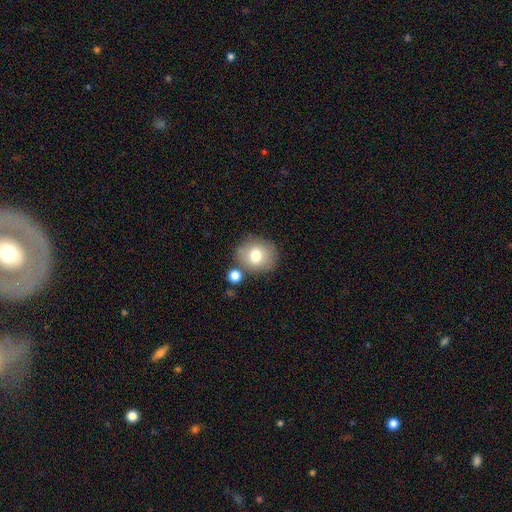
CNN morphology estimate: type=smooth (76%); roundness=round (80%); merging=none (75%).